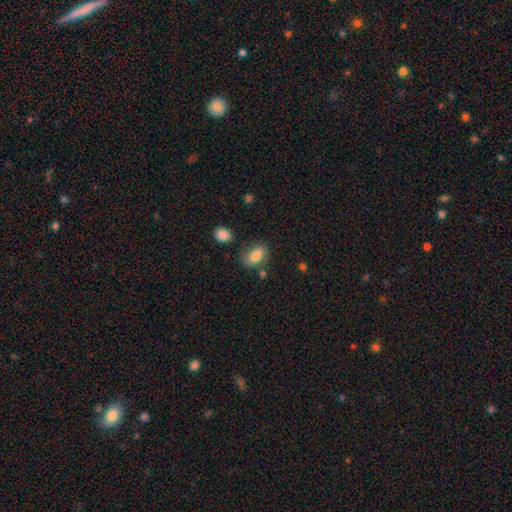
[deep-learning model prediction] Morphology: type=smooth (83%); roundness=in between (88%); merging=none (66%).